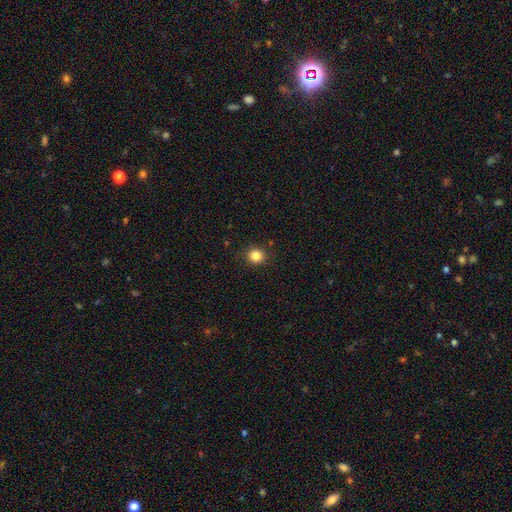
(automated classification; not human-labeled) smooth-or-featured: smooth: 85% | star or artifact: 11% | featured or disk: 4%
  how-rounded: round: 87% | in between: 13% | cigar-shaped: 1%
  merging: none: 89% | minor disturbance: 7% | major disturbance: 2% | merger: 1%